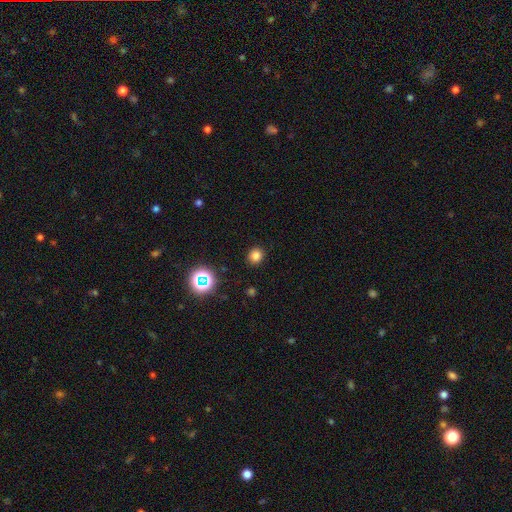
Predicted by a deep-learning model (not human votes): The model was most divided on "smooth or featured": smooth: 79%, star or artifact: 16%, featured or disk: 5%. More confident: merging — none (90%); how rounded — round (81%).